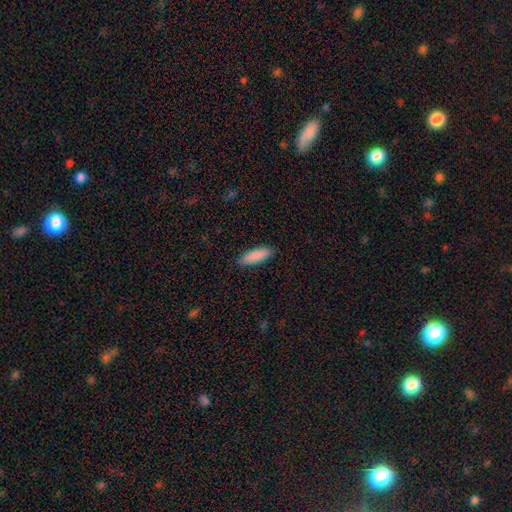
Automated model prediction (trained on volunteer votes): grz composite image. It shows a smooth galaxy with no disk features (89%) that is in between round and cigar-shaped (52%). Merging: none (89%).